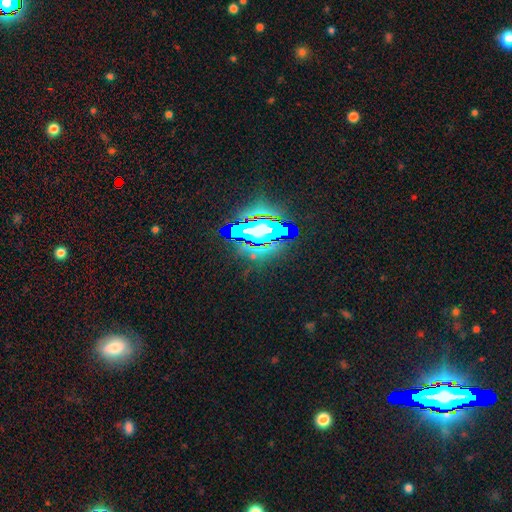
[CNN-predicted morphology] Q: Smooth or featured?
A: star or artifact (65%); runner-up: featured or disk (18%)